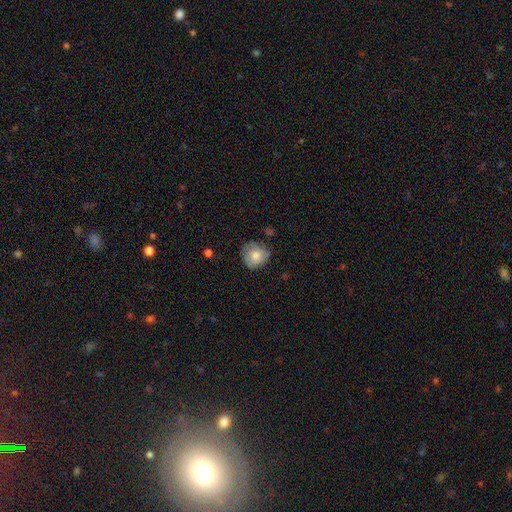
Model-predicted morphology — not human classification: smooth_or_featured: smooth (p=0.74) [alt: featured or disk p=0.19]
how_rounded: round (p=0.83) [alt: in between p=0.16]
merging: none (p=0.67) [alt: minor disturbance p=0.24]